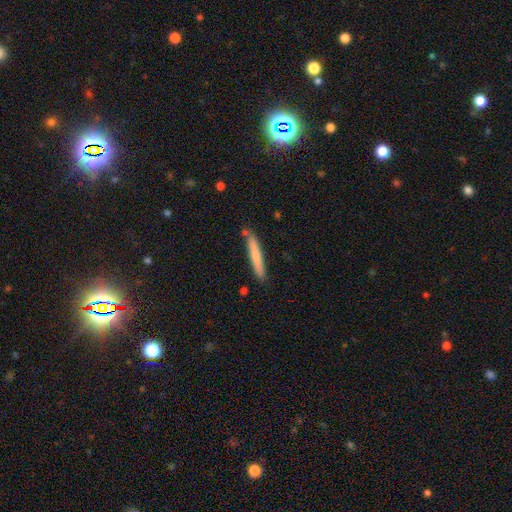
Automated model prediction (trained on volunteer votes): Overall: smooth (72%). How rounded: cigar-shaped (95%). Merging: none (84%).